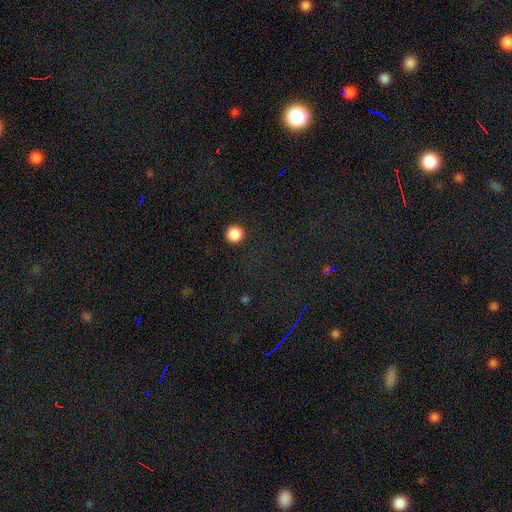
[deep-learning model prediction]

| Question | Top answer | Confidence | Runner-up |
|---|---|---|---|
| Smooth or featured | star or artifact | 71% | smooth (20%) |